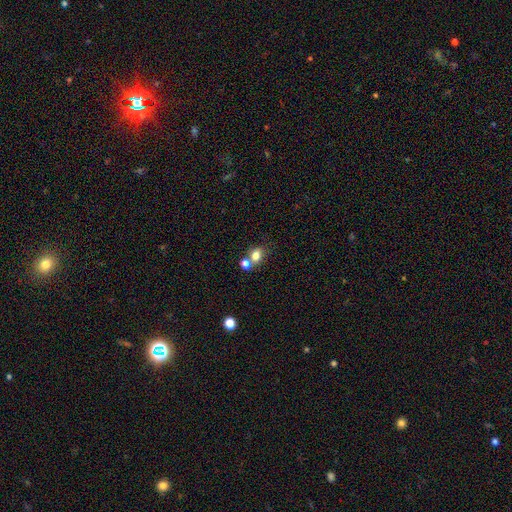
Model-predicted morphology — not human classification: This is likely a smooth galaxy (79%). How rounded: possibly in between (51%). Merging: possibly none (50%).